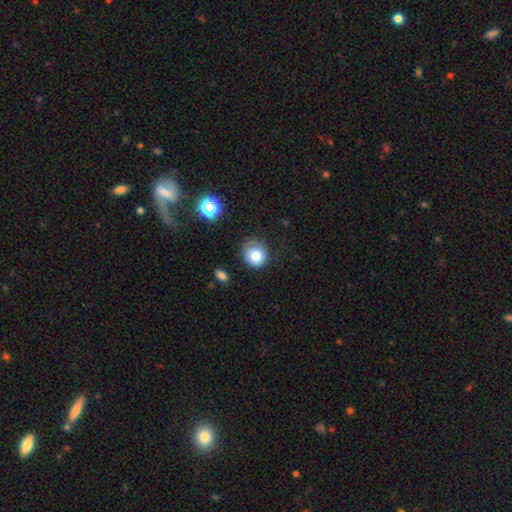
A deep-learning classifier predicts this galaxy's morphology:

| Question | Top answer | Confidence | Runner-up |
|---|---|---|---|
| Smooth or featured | smooth | 76% | featured or disk (14%) |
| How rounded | round | 76% | in between (23%) |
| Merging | none | 59% | minor disturbance (27%) |